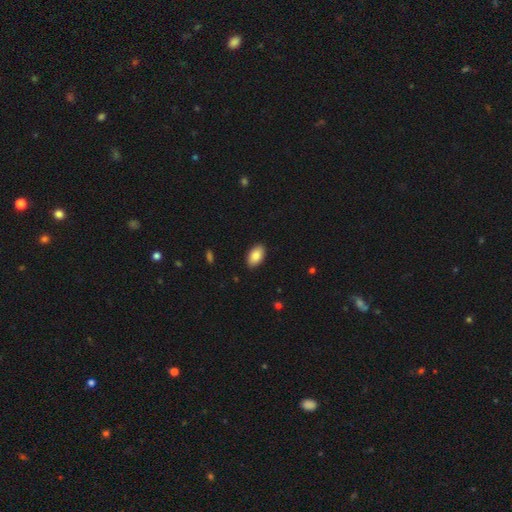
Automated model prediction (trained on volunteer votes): This appears to be a smooth galaxy with no disk features (86%) that is in between round and cigar-shaped (94%). Merging: none (89%).